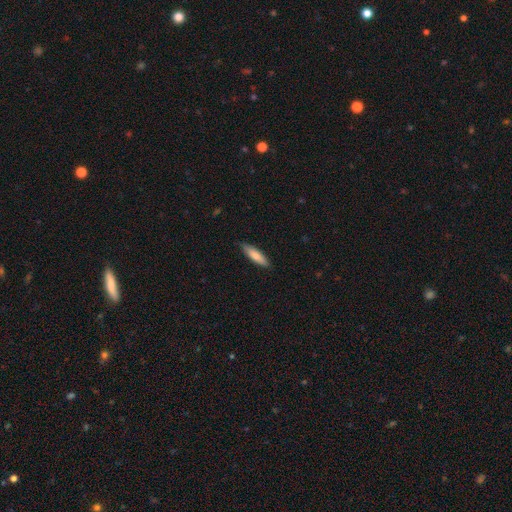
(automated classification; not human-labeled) Smooth or featured?
  - smooth: 78% *
  - featured or disk: 16%
  - star or artifact: 5%
How rounded?
  - cigar-shaped: 68% *
  - in between: 30%
  - round: 1%
Merging?
  - none: 85% *
  - minor disturbance: 12%
  - major disturbance: 2%
  - merger: 1%